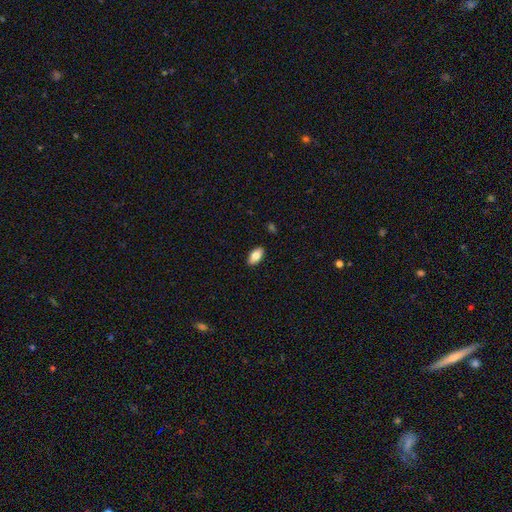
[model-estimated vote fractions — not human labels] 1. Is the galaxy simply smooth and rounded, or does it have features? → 81% smooth, 13% featured or disk, 7% star or artifact.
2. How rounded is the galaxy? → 93% in between, 3% cigar-shaped, 3% round.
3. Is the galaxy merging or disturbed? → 90% none, 8% minor disturbance, 2% major disturbance, 1% merger.